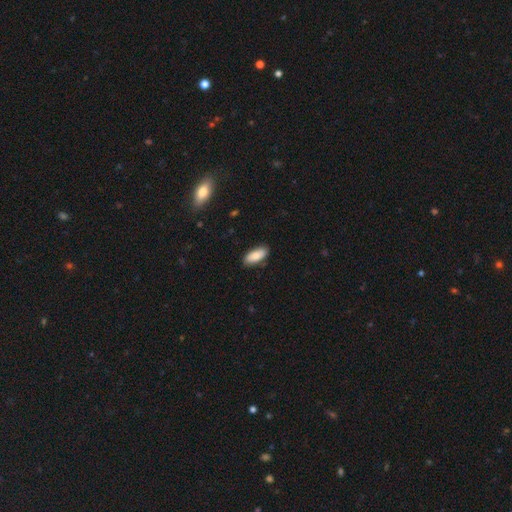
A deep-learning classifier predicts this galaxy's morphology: Smooth or featured? Predicted: smooth (p=0.79). How rounded? Predicted: in between (p=0.87). Merging? Predicted: none (p=0.84).